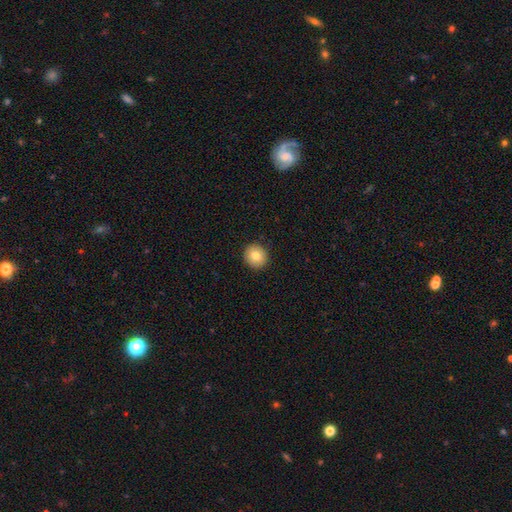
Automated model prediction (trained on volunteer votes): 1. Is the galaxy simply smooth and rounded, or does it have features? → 80% smooth, 11% featured or disk, 9% star or artifact.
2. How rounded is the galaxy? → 90% round, 9% in between, 1% cigar-shaped.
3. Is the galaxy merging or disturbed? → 92% none, 6% minor disturbance, 2% major disturbance, 1% merger.